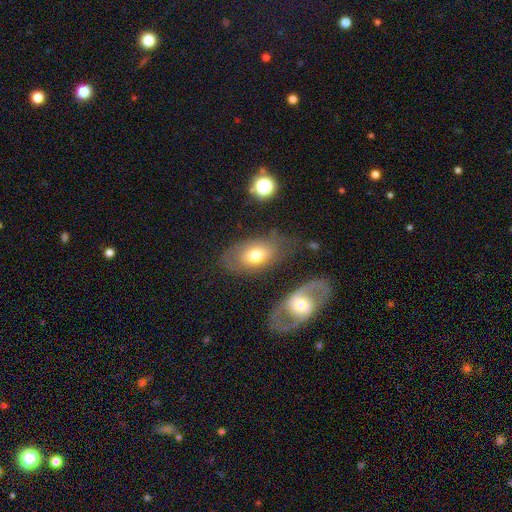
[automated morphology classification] Overall: smooth (60%; featured or disk 32%). How rounded: in between (88%). Merging: none (59%; minor disturbance 21%).